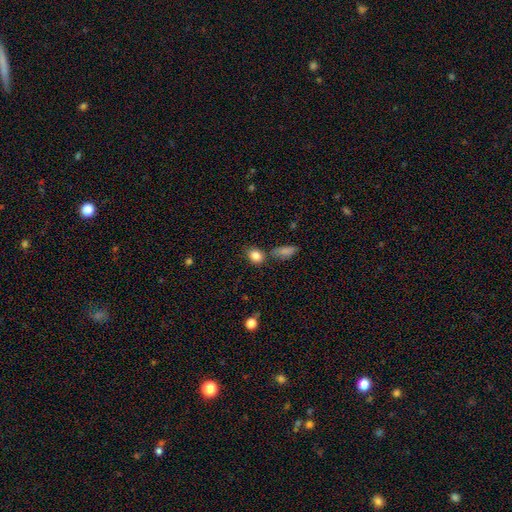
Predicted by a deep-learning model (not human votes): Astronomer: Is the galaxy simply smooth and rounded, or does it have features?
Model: smooth — 84%.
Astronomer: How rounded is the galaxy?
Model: in between — 49%, tied with round at 49%.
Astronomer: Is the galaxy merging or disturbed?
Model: none — 68%.